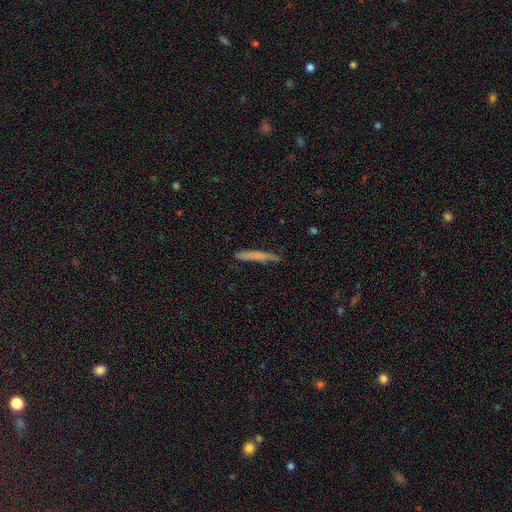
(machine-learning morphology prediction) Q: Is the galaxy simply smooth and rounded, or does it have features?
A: smooth — 67%.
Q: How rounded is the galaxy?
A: cigar-shaped — 96%.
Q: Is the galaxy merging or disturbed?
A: none — 82%.